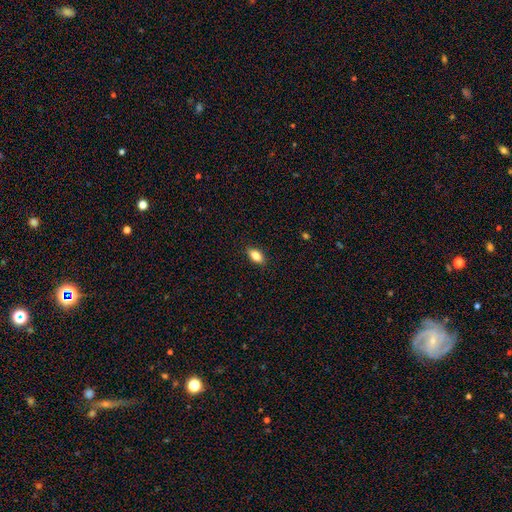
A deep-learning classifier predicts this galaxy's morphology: Smooth or featured?
  - smooth: 83% *
  - featured or disk: 9%
  - star or artifact: 8%
How rounded?
  - in between: 88% *
  - cigar-shaped: 8%
  - round: 5%
Merging?
  - none: 88% *
  - minor disturbance: 9%
  - major disturbance: 2%
  - merger: 1%